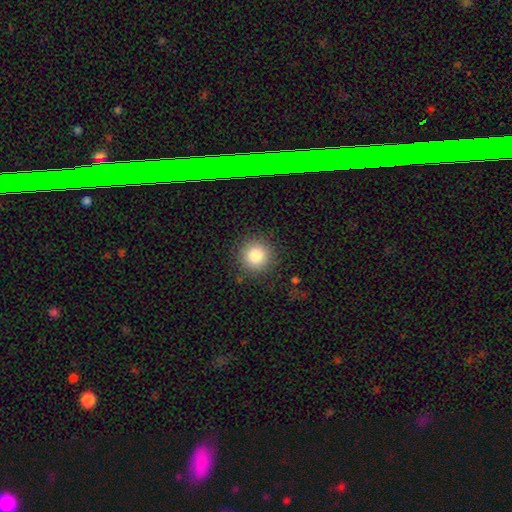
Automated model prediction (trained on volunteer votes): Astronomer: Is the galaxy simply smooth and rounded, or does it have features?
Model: smooth — 83%.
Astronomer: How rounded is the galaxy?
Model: round — 94%.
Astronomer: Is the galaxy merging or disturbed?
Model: none — 88%.